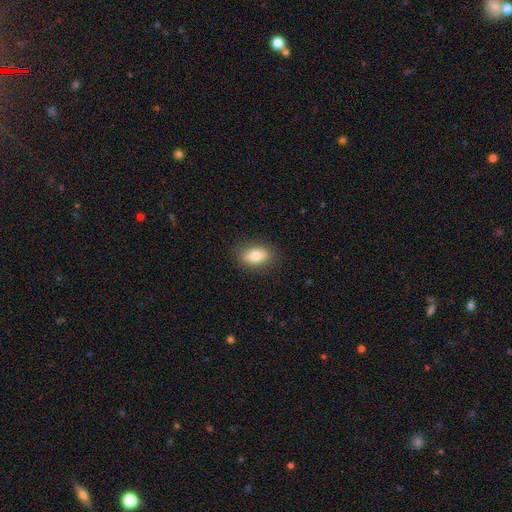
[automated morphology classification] The model was most divided on "smooth or featured": smooth: 81%, featured or disk: 11%, star or artifact: 8%. More confident: merging — none (86%); how rounded — in between (85%).